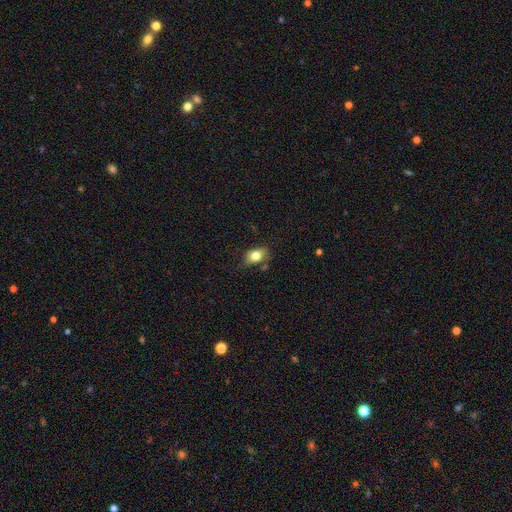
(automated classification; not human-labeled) smooth 76%, featured or disk 15%, star or artifact 9%. Down the decision tree: how rounded — in between (78%); merging — none (56%).